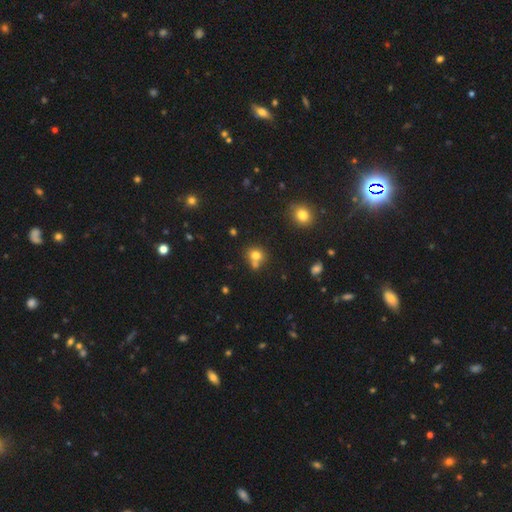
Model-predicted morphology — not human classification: Smooth or featured?
  - smooth: 75% *
  - star or artifact: 14%
  - featured or disk: 11%
How rounded?
  - round: 74% *
  - in between: 25%
  - cigar-shaped: 1%
Merging?
  - none: 50% *
  - merger: 36%
  - minor disturbance: 10%
  - major disturbance: 4%